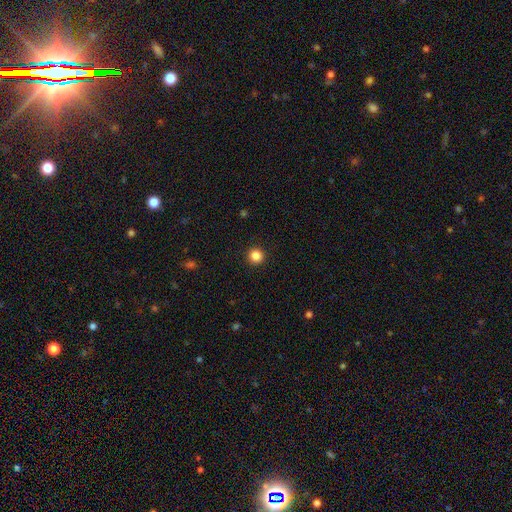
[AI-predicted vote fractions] A smooth galaxy with no disk features (85%) that is round (95%). Merging: none (93%).